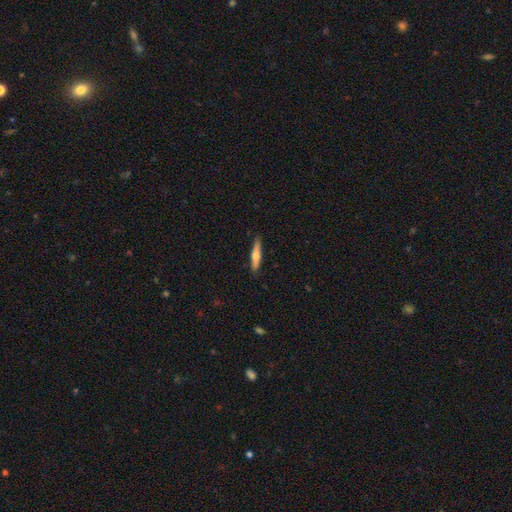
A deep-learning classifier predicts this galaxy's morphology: Smooth or featured?
  - smooth: 52% *
  - featured or disk: 43%
  - star or artifact: 6%
How rounded?
  - cigar-shaped: 87% *
  - in between: 12%
  - round: 2%
Merging?
  - none: 90% *
  - minor disturbance: 8%
  - major disturbance: 2%
  - merger: 1%